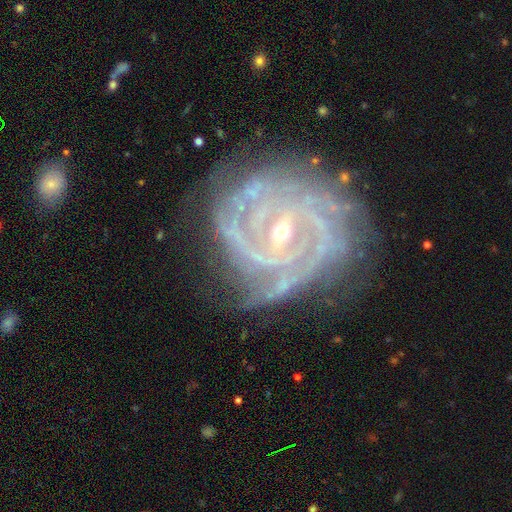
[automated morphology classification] Overall: featured or disk (91%). Edge-on disk: no (97%). Bar: weak (44%; no 29%). Spiral arms: yes (98%). Spiral arm count: can't tell (21%, tied with 4). Spiral winding: tight (80%). Bulge size: small (67%; moderate 30%). Merging: none (73%).